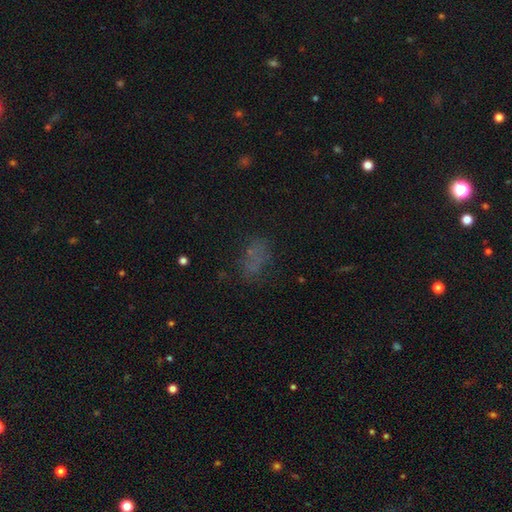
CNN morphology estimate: Smooth or featured: smooth — 55% (star or artifact — 26%)
How rounded: in between — 83% (round — 13%)
Merging: none — 59% (minor disturbance — 19%)